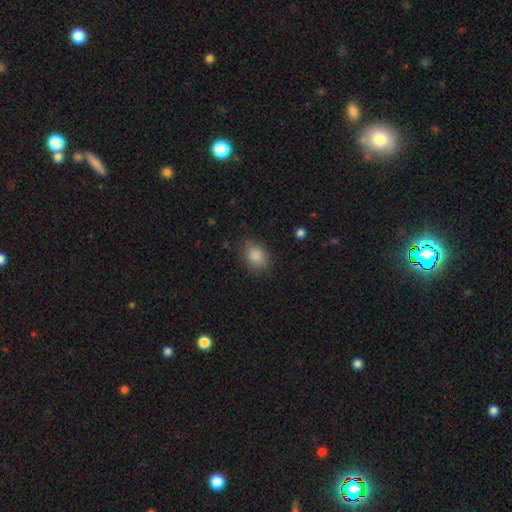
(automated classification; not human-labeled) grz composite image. It shows a smooth galaxy with no disk features (87%) that is in between round and cigar-shaped (69%). Merging: none (80%).